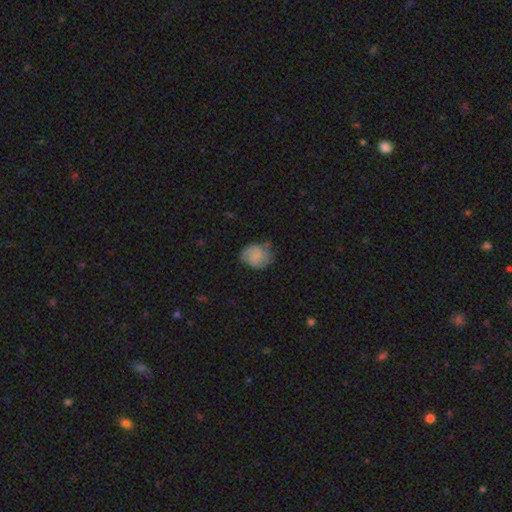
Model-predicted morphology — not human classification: Smooth or featured? Predicted: smooth (p=0.63). How rounded? Predicted: round (p=0.54). Merging? Predicted: none (p=0.55).